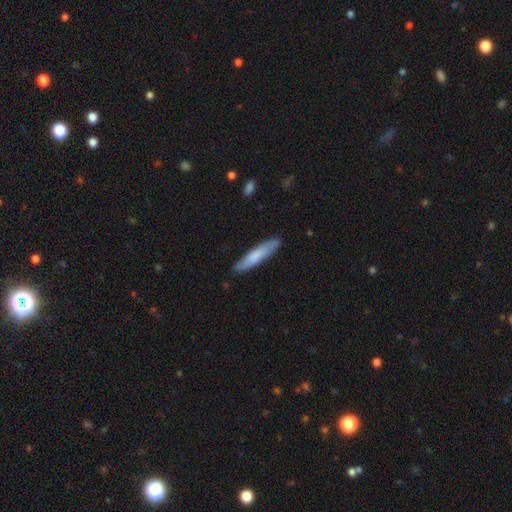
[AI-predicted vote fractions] Q: Smooth or featured?
A: smooth (71%); runner-up: featured or disk (24%)
Q: How rounded?
A: cigar-shaped (88%); runner-up: in between (11%)
Q: Merging?
A: none (86%); runner-up: minor disturbance (11%)